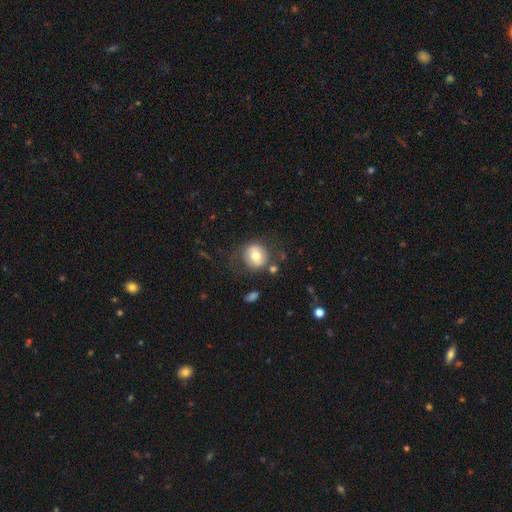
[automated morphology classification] Smooth or featured? Predicted: smooth (p=0.68). How rounded? Predicted: round (p=0.83). Merging? Predicted: none (p=0.71).